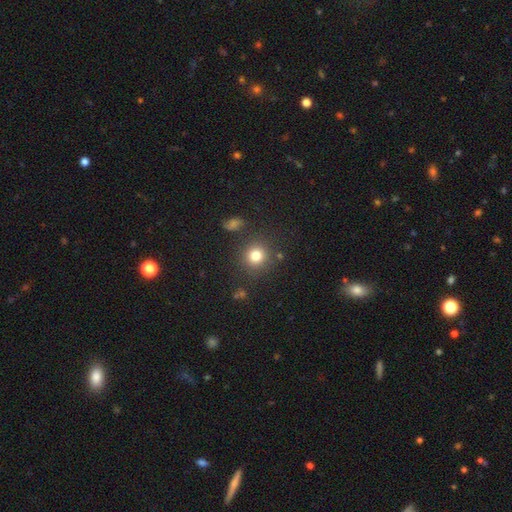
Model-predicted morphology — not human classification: smooth_or_featured: smooth (p=0.81) [alt: star or artifact p=0.13]
how_rounded: round (p=0.90) [alt: in between p=0.09]
merging: none (p=0.85) [alt: minor disturbance p=0.08]